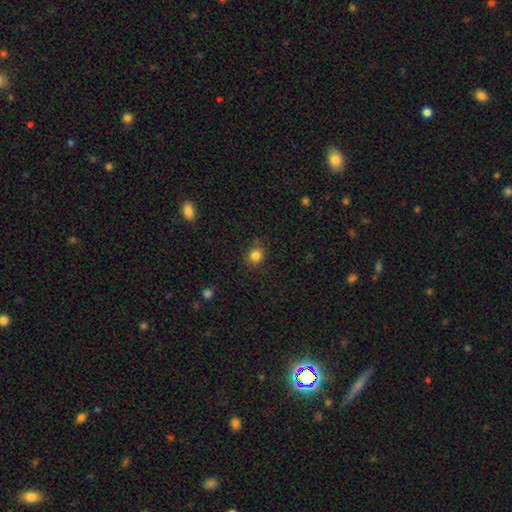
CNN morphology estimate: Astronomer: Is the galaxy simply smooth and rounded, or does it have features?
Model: smooth — 84%.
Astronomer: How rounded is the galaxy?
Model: round — 75%.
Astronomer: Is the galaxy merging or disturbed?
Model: none — 83%.